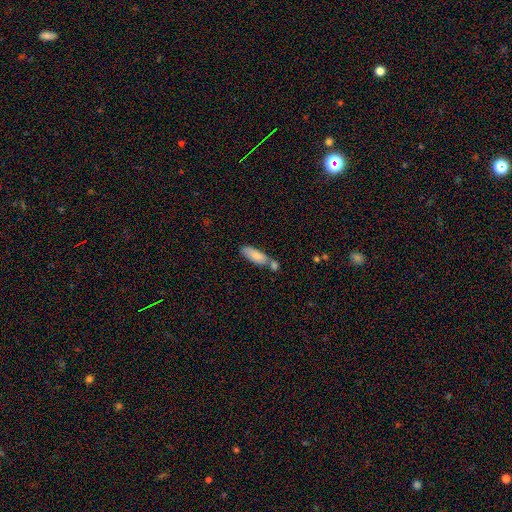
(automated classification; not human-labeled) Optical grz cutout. It shows a smooth galaxy with no disk features (80%) that is in between round and cigar-shaped (65%). Merging: merger (42%).